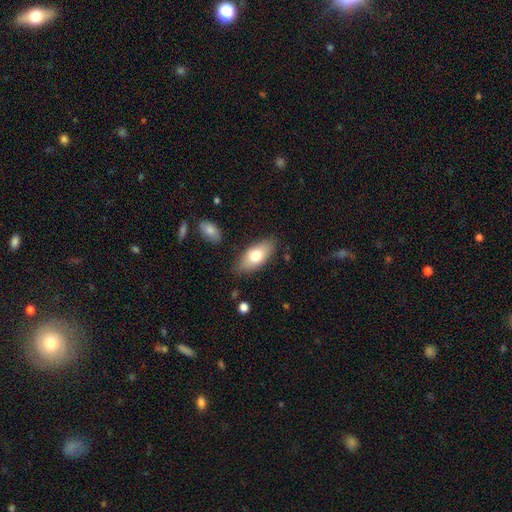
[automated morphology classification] smooth_or_featured: smooth (p=0.74) [alt: featured or disk p=0.19]
how_rounded: in between (p=0.89) [alt: cigar-shaped p=0.08]
merging: none (p=0.82) [alt: minor disturbance p=0.13]